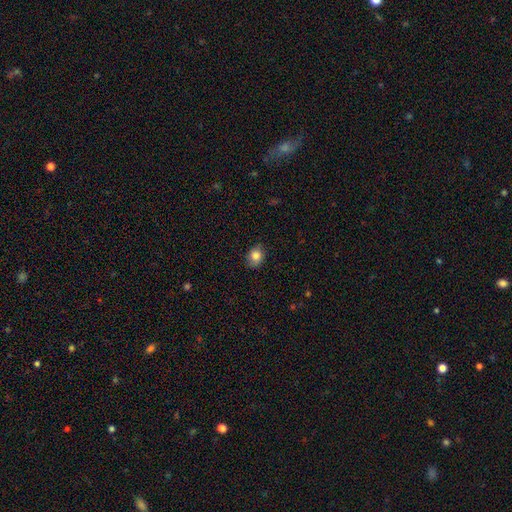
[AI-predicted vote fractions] A smooth galaxy with no disk features (83%) that is round (51%).

Vote fractions:
- Smooth or featured? smooth: 83% / star or artifact: 9% / featured or disk: 8%
- How rounded? round: 51% / in between: 48% / cigar-shaped: 1%
- Merging? none: 78% / minor disturbance: 17% / major disturbance: 3% / merger: 1%